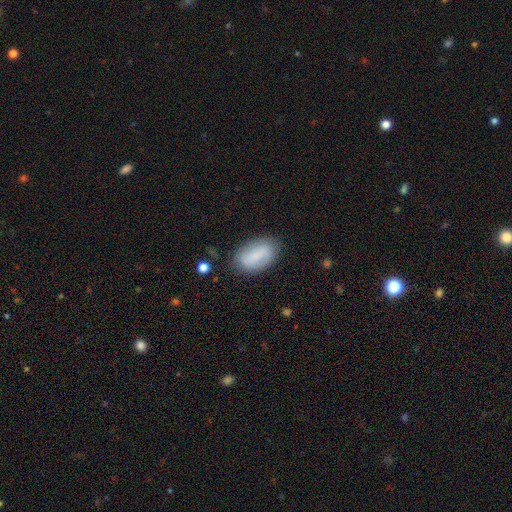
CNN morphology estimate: Smooth or featured? Predicted: smooth (p=0.75). How rounded? Predicted: in between (p=0.92). Merging? Predicted: none (p=0.79).